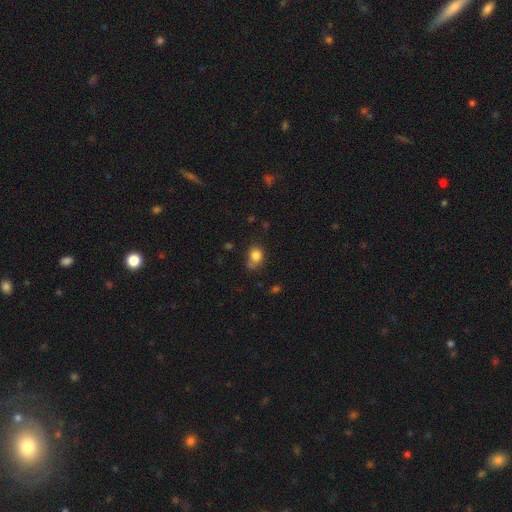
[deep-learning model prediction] smooth-or-featured: smooth: 82% | star or artifact: 11% | featured or disk: 7%
  how-rounded: round: 57% | in between: 42% | cigar-shaped: 1%
  merging: none: 55% | minor disturbance: 27% | major disturbance: 9% | merger: 8%